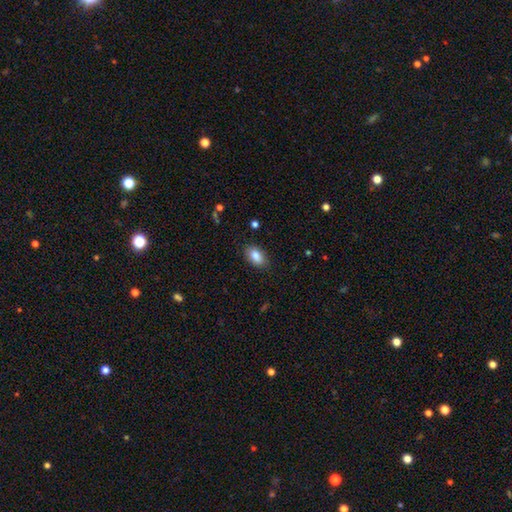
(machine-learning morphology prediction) Smooth or featured? Predicted: smooth (p=0.87). How rounded? Predicted: in between (p=0.91). Merging? Predicted: none (p=0.84).